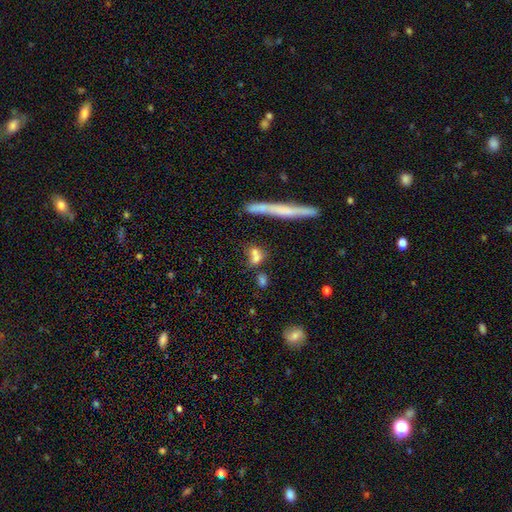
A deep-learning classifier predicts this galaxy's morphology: smooth 66%, featured or disk 21%, star or artifact 14%. Down the decision tree: how rounded — in between (46%); merging — none (45%).